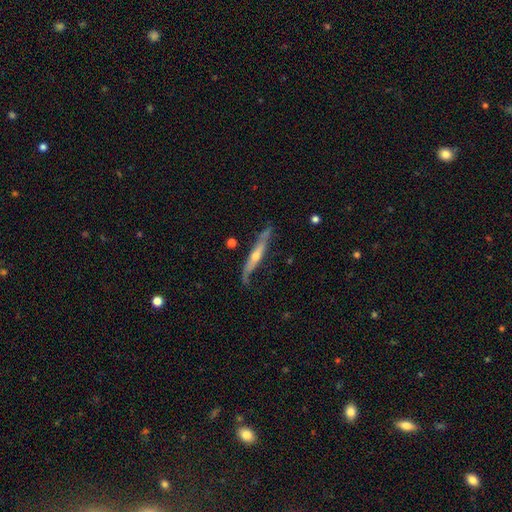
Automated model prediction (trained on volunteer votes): featured or disk 73%, smooth 21%, star or artifact 6%. Down the decision tree: edge-on disk — yes (86%); edge-on bulge — rounded (80%); merging — none (68%).